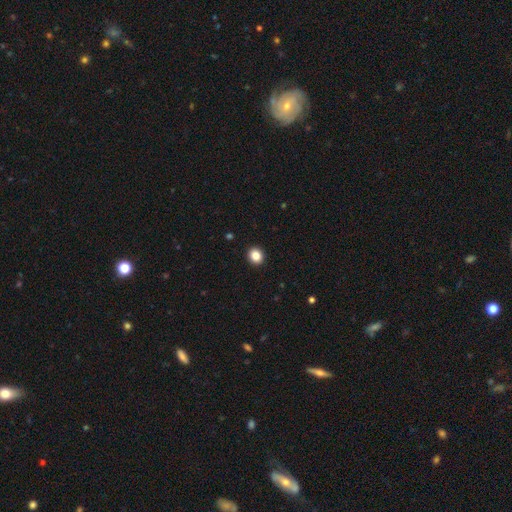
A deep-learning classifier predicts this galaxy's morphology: This is clearly a smooth galaxy (86%). How rounded: likely round (76%). Merging: clearly none (93%).